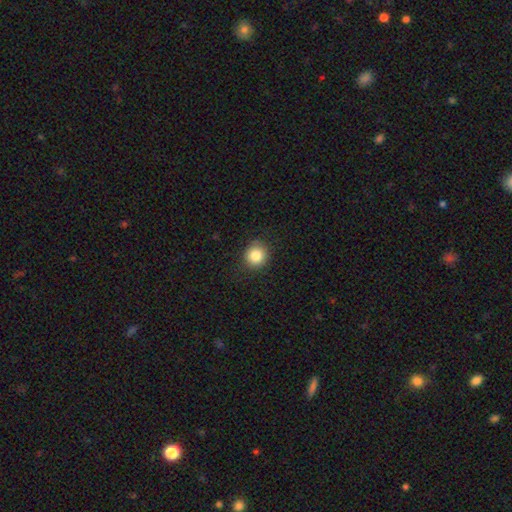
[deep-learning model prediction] Smooth or featured? smooth (84%)
How rounded? round (89%)
Merging? none (87%)